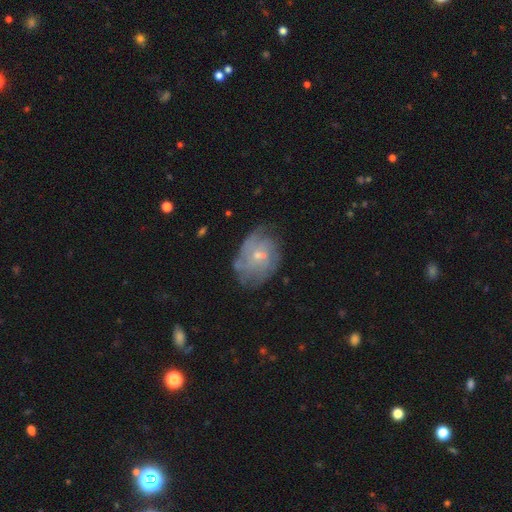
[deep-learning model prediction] Morphology: type=featured or disk (65%); edge-on=no (96%); bar=no (64%); spiral arms=yes (75%); bulge=small (60%); merging=none (60%).